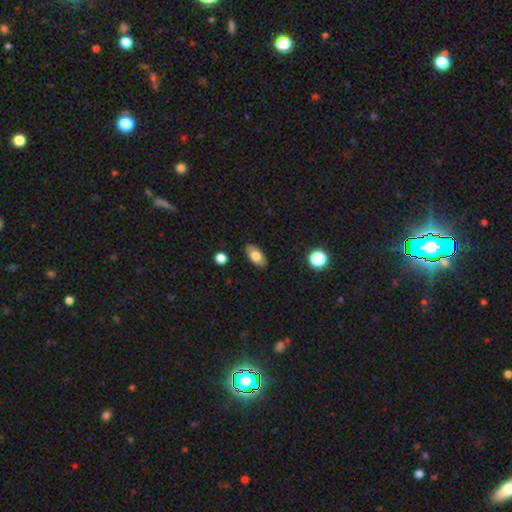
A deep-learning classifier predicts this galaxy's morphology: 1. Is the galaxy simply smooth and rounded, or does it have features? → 72% smooth, 21% featured or disk, 7% star or artifact.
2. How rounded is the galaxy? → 90% in between, 5% round, 5% cigar-shaped.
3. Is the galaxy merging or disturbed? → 86% none, 11% minor disturbance, 2% major disturbance, 1% merger.